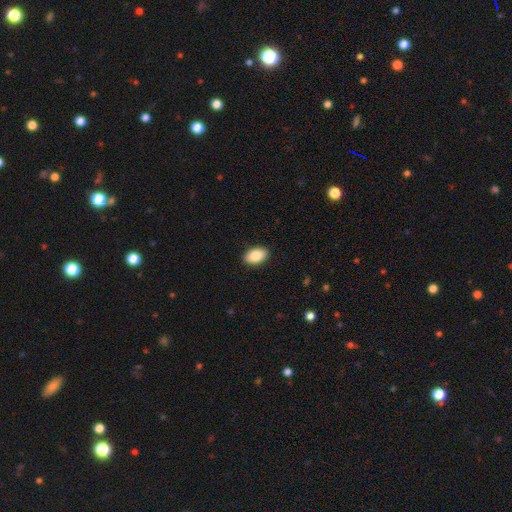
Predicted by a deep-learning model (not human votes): smooth 88%, star or artifact 7%, featured or disk 6%. Down the decision tree: how rounded — in between (93%); merging — none (90%).